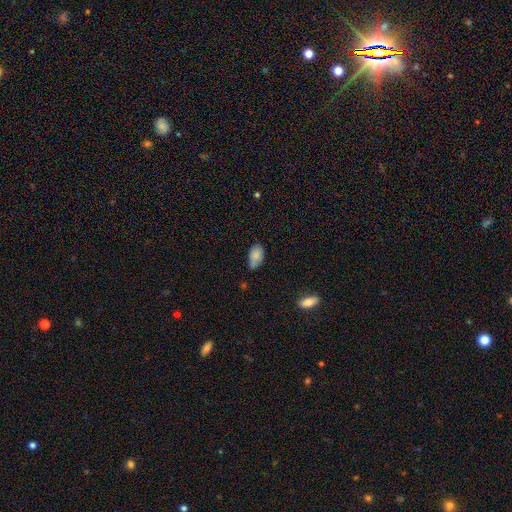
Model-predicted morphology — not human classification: This is clearly a smooth galaxy (81%). How rounded: clearly in between (92%). Merging: possibly none (54%).